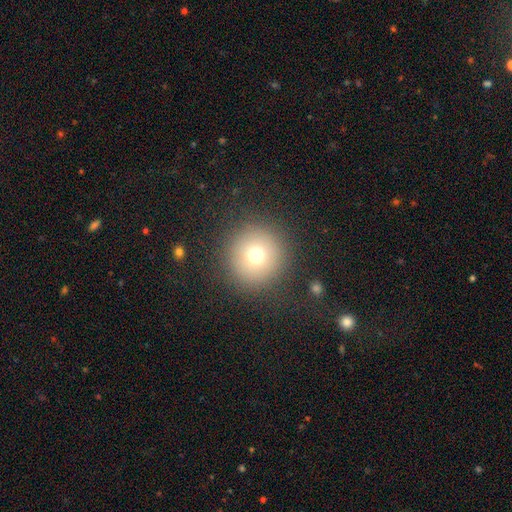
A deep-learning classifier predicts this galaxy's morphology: Q: Smooth or featured?
A: smooth (72%); runner-up: star or artifact (17%)
Q: How rounded?
A: round (95%); runner-up: in between (4%)
Q: Merging?
A: none (88%); runner-up: minor disturbance (6%)